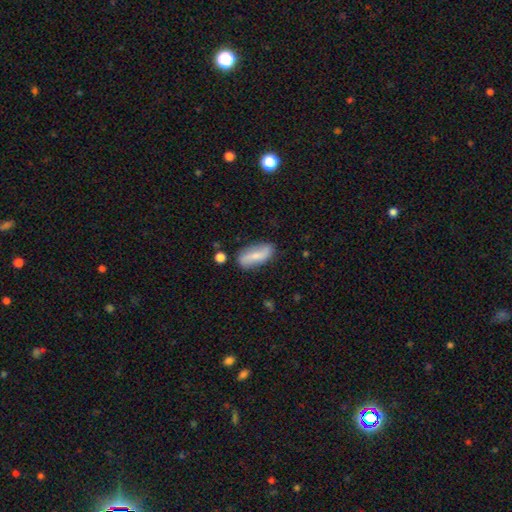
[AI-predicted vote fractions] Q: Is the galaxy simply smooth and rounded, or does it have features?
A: smooth — 57%.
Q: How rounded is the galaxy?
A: in between — 73%.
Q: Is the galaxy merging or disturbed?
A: none — 78%.